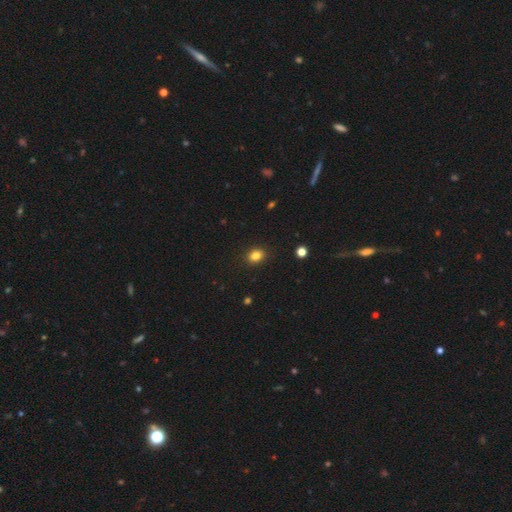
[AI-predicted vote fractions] smooth 83%, star or artifact 12%, featured or disk 5%. Down the decision tree: how rounded — round (51%); merging — none (90%).